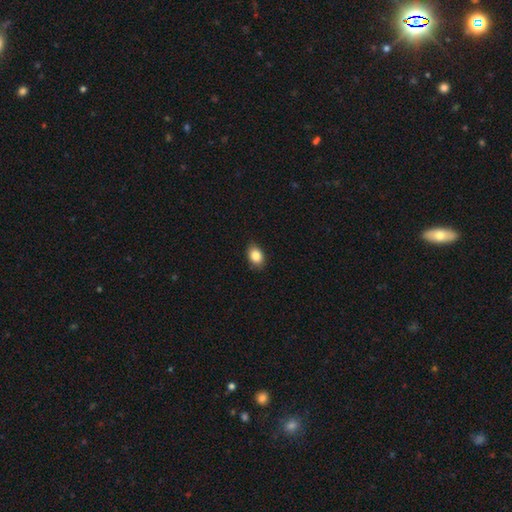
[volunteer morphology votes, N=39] A smooth galaxy with no disk features (90%) that is in between round and cigar-shaped (86%).

Vote fractions:
- Smooth or featured? smooth: 90% / featured or disk: 8% / star or artifact: 3%
- How rounded? in between: 86% / round: 14% / cigar-shaped: 0%
- Merging? none: 79% / minor disturbance: 18% / merger: 3% / major disturbance: 0%